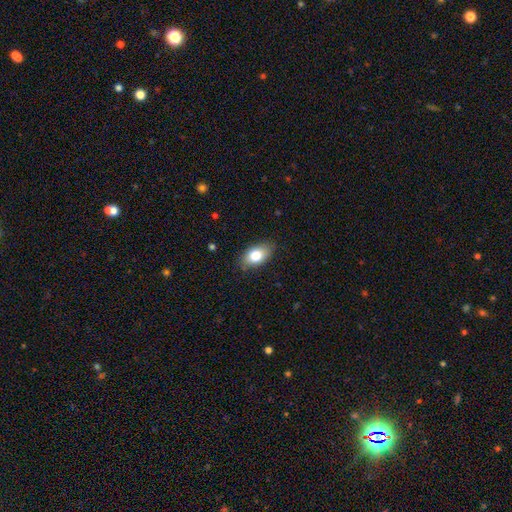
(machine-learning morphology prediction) The model was most divided on "merging": none: 81%, minor disturbance: 15%, major disturbance: 3%, merger: 1%. More confident: how rounded — in between (91%); smooth or featured — smooth (80%).